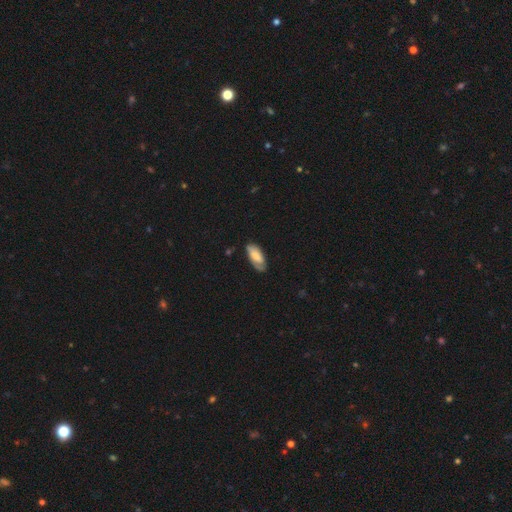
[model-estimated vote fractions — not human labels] A smooth galaxy with no disk features (69%) that is in between round and cigar-shaped (85%).

Vote fractions:
- Smooth or featured? smooth: 69% / featured or disk: 25% / star or artifact: 6%
- How rounded? in between: 85% / cigar-shaped: 13% / round: 2%
- Merging? none: 63% / minor disturbance: 28% / major disturbance: 7% / merger: 2%